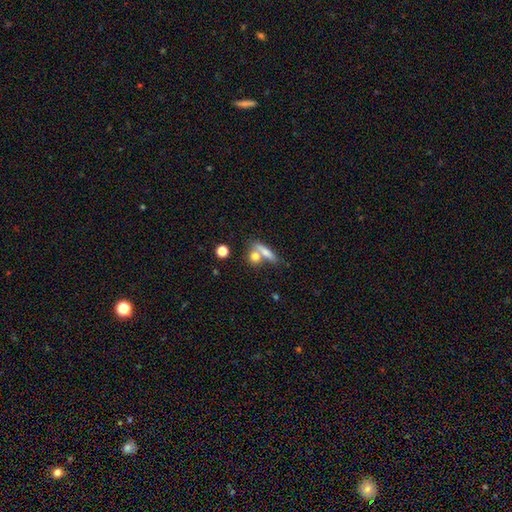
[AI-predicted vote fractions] smooth_or_featured: smooth (p=0.74) [alt: featured or disk p=0.17]
how_rounded: round (p=0.41) [alt: in between p=0.33]
merging: none (p=0.47) [alt: merger p=0.39]